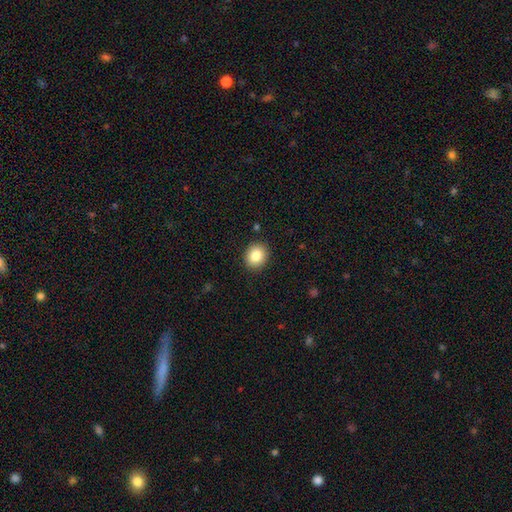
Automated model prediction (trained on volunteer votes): This appears to be a smooth galaxy with no disk features (85%) that is round (64%). Merging: none (90%).